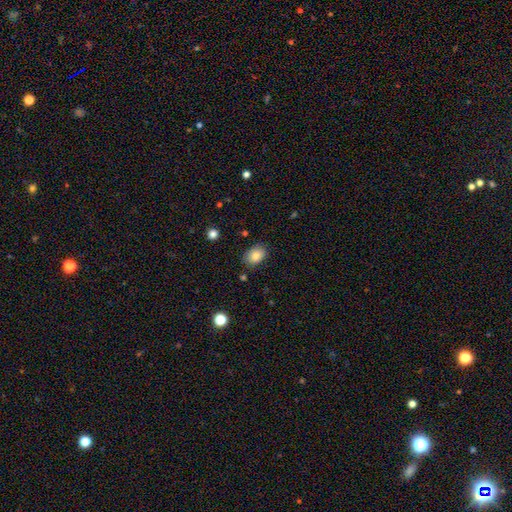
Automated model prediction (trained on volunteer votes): Smooth or featured: smooth — 84% (star or artifact — 9%)
How rounded: in between — 77% (round — 22%)
Merging: none — 82% (minor disturbance — 13%)